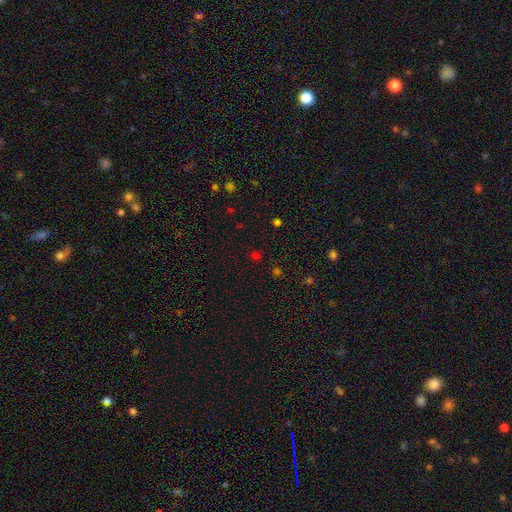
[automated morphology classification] Smooth or featured? smooth (51%)
How rounded? round (82%)
Merging? none (82%)